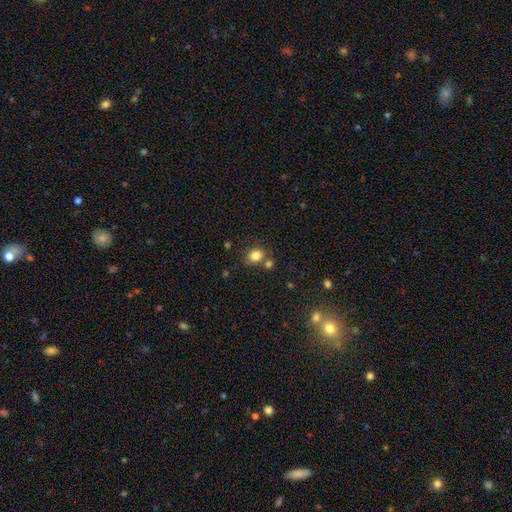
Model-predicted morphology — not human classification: This appears to be a smooth galaxy with no disk features (83%) that is round (62%). Merging: none (68%).